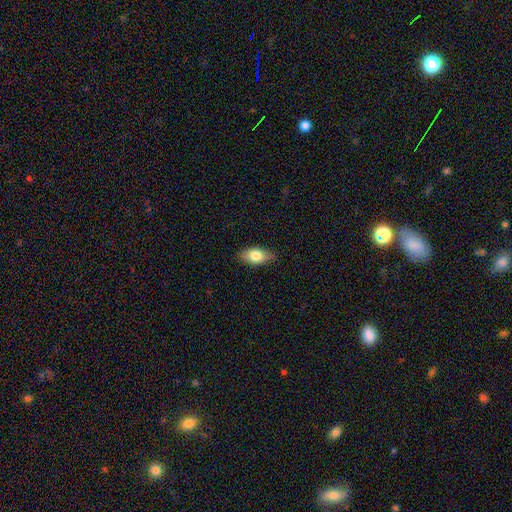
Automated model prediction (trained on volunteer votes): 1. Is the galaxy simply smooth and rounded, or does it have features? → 76% smooth, 17% featured or disk, 7% star or artifact.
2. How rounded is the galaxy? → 89% in between, 6% round, 5% cigar-shaped.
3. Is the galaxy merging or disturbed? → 81% none, 15% minor disturbance, 3% major disturbance, 1% merger.